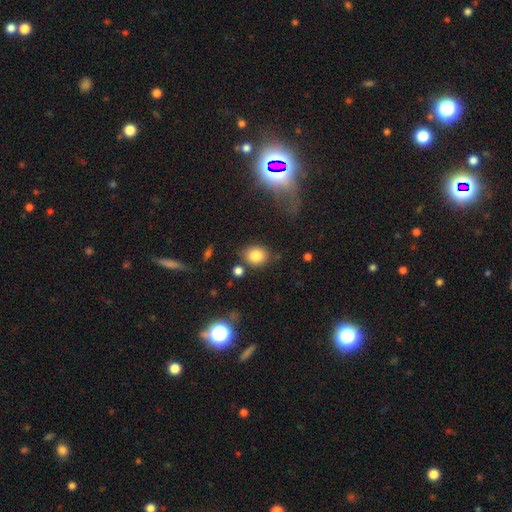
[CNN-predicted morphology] A smooth galaxy with no disk features (82%) that is round (63%).

Vote fractions:
- Smooth or featured? smooth: 82% / star or artifact: 11% / featured or disk: 7%
- How rounded? round: 63% / in between: 36% / cigar-shaped: 1%
- Merging? none: 76% / minor disturbance: 13% / merger: 7% / major disturbance: 4%